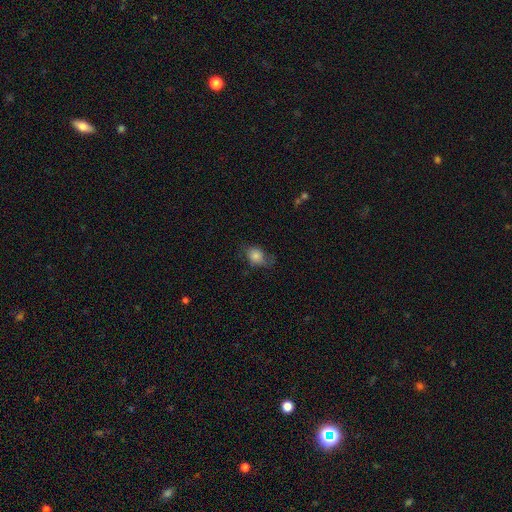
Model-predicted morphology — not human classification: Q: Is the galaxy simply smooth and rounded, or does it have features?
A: smooth — 77%.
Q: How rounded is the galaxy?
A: in between — 59%.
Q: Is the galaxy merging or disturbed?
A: none — 55%.